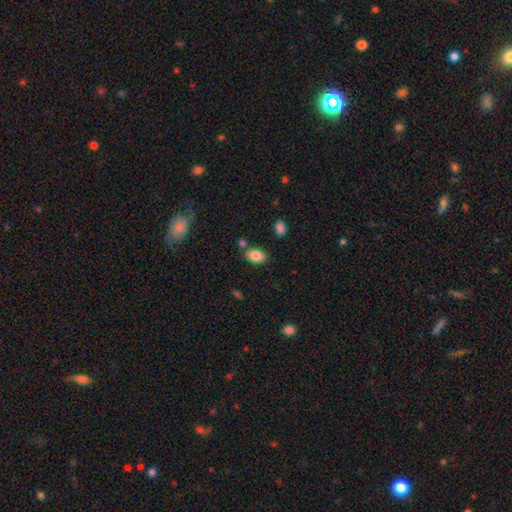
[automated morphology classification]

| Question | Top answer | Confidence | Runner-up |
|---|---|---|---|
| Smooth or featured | smooth | 85% | star or artifact (8%) |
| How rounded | in between | 88% | round (11%) |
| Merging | none | 77% | minor disturbance (12%) |